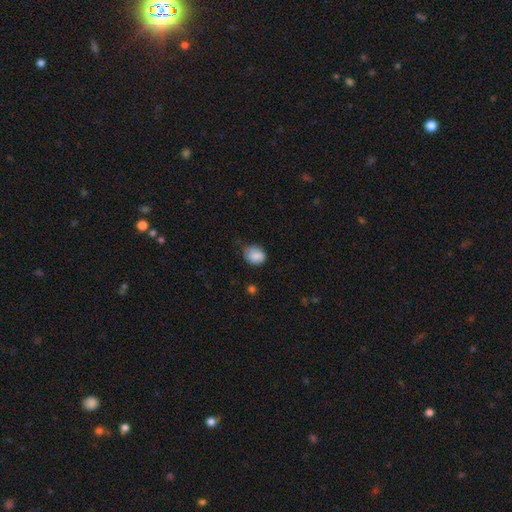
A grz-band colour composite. It shows a smooth galaxy with no disk features (88%) that is round (69%). Merging: none (62%).